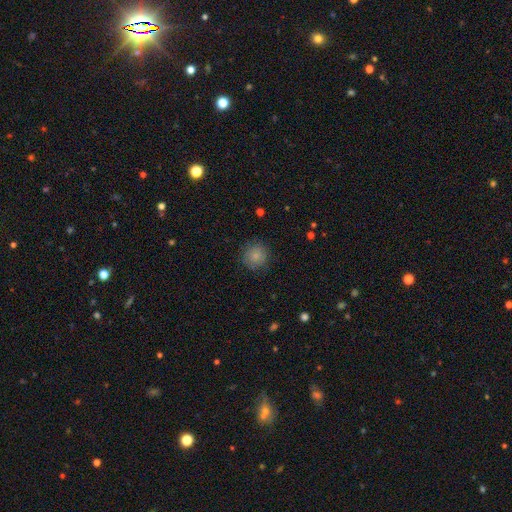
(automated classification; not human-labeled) Morphology: type=smooth (80%); roundness=round (92%); merging=none (83%).